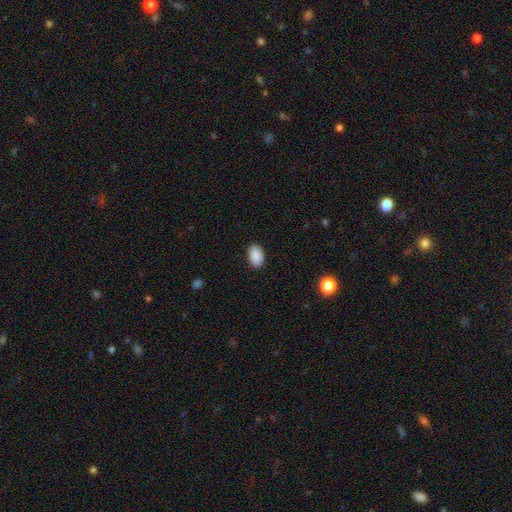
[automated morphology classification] smooth 90%, star or artifact 7%, featured or disk 3%. Down the decision tree: how rounded — in between (90%); merging — none (89%).